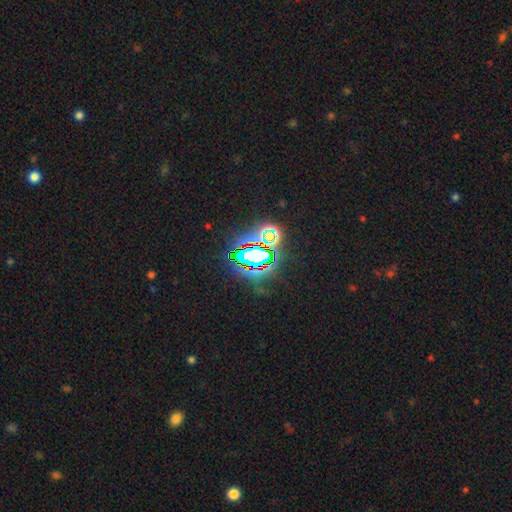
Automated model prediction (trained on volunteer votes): Overall: star or artifact (73%).